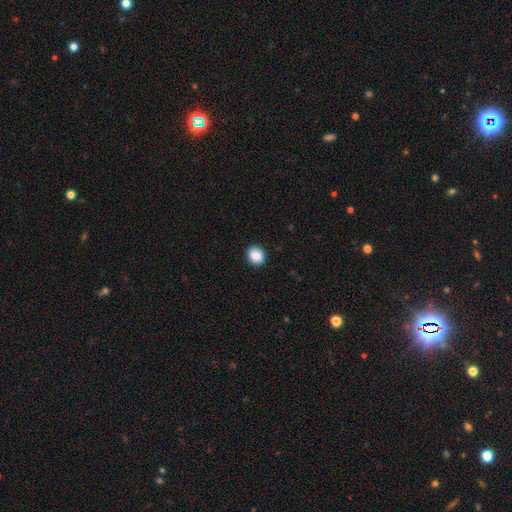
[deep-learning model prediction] Q: Smooth or featured?
A: smooth (84%); runner-up: star or artifact (8%)
Q: How rounded?
A: round (66%); runner-up: in between (33%)
Q: Merging?
A: none (91%); runner-up: minor disturbance (6%)